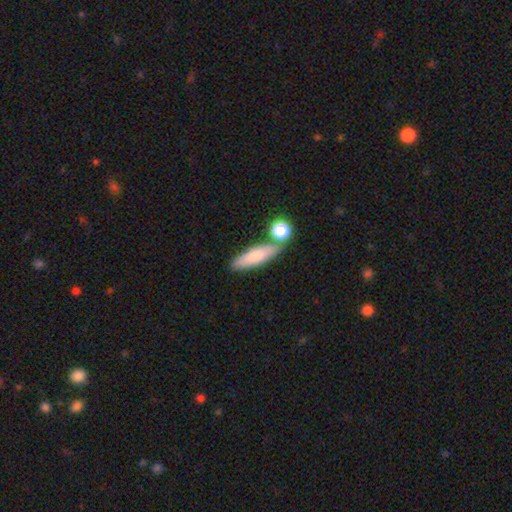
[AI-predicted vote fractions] Smooth or featured?
  - smooth: 74% *
  - featured or disk: 20%
  - star or artifact: 6%
How rounded?
  - cigar-shaped: 61% *
  - in between: 35%
  - round: 4%
Merging?
  - none: 67% *
  - merger: 18%
  - minor disturbance: 12%
  - major disturbance: 3%